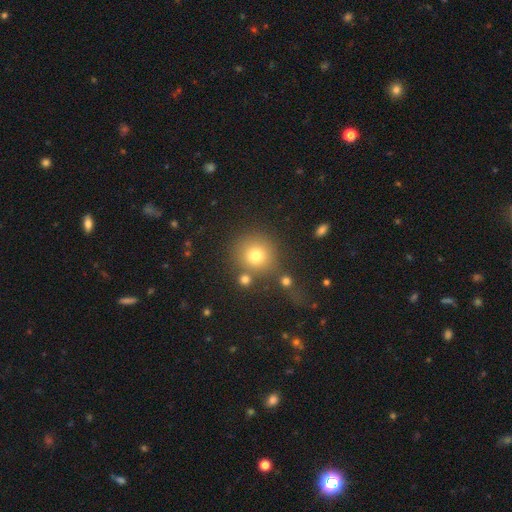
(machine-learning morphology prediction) smooth-or-featured: smooth: 77% | star or artifact: 13% | featured or disk: 10%
  how-rounded: round: 90% | in between: 9% | cigar-shaped: 1%
  merging: none: 72% | merger: 12% | minor disturbance: 10% | major disturbance: 6%